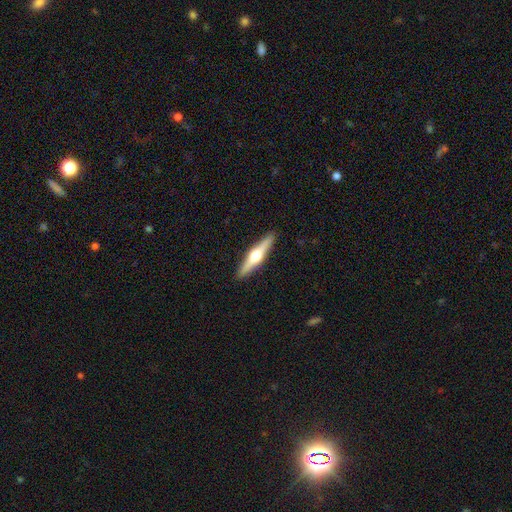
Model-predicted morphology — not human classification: smooth_or_featured: featured or disk (p=0.68) [alt: smooth p=0.27]
disk_edge_on: yes (p=0.97) [alt: no p=0.03]
edge_on_bulge: rounded (p=0.95) [alt: boxy p=0.03]
merging: none (p=0.92) [alt: minor disturbance p=0.06]